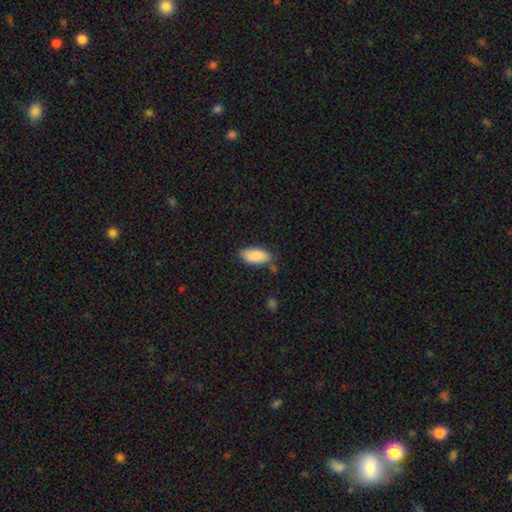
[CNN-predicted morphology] Smooth or featured: smooth — 88% (star or artifact — 6%)
How rounded: in between — 89% (cigar-shaped — 9%)
Merging: none — 74% (minor disturbance — 19%)